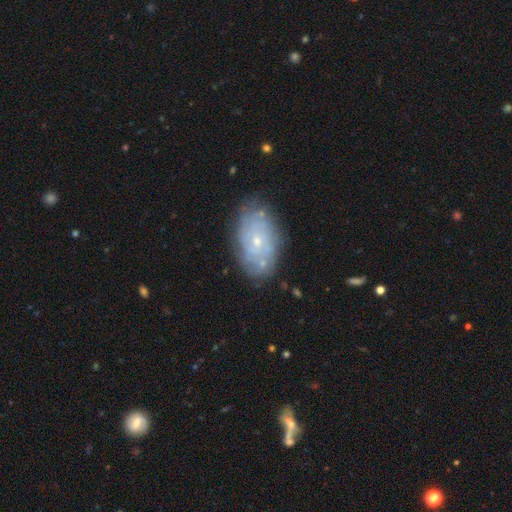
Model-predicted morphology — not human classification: This appears to be a featured or disk galaxy (52%). Merging: none (83%).